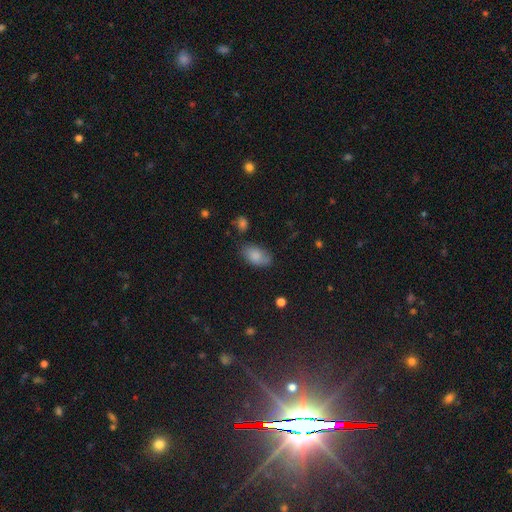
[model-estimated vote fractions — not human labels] smooth 84%, featured or disk 9%, star or artifact 8%. Down the decision tree: how rounded — in between (92%); merging — none (70%).